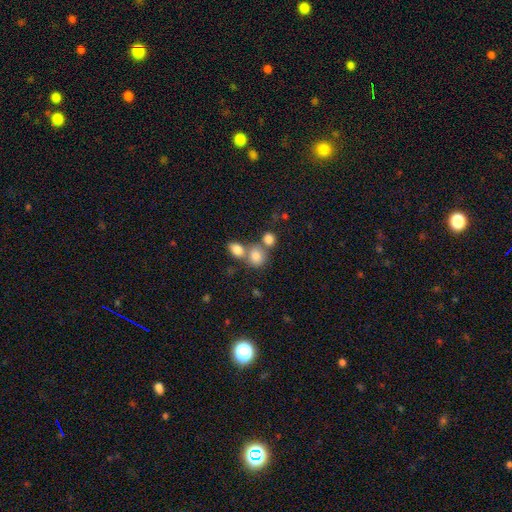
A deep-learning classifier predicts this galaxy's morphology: Q: Smooth or featured?
A: smooth (79%); runner-up: star or artifact (11%)
Q: How rounded?
A: round (64%); runner-up: in between (35%)
Q: Merging?
A: none (44%); runner-up: merger (42%)